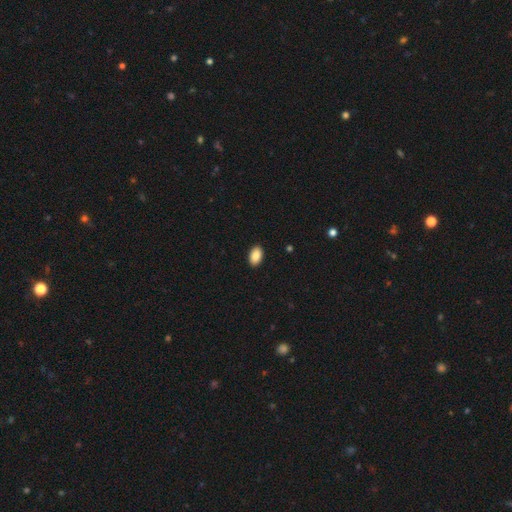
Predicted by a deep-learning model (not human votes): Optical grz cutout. It shows a smooth galaxy with no disk features (89%) that is in between round and cigar-shaped (93%). Merging: none (91%).